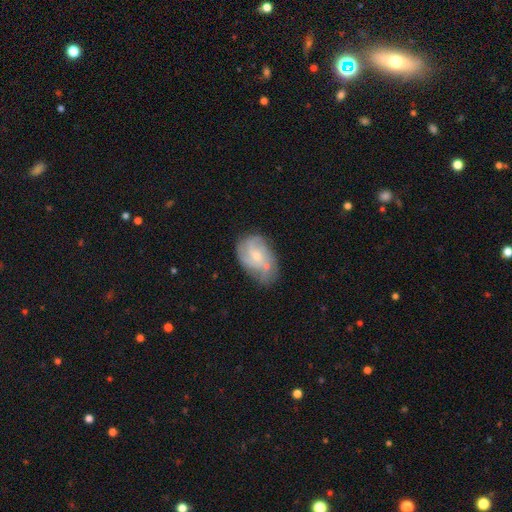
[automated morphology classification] Smooth or featured? featured or disk (65%)
Edge-on disk? no (97%)
Bar? no (66%)
Spiral arms? yes (85%)
Spiral winding? medium (43%)
Spiral arm count? 3 (33%)
Bulge size? small (57%)
Merging? none (50%)